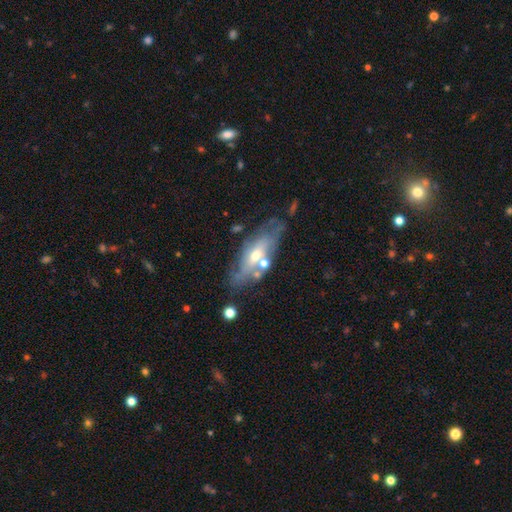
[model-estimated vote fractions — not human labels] Morphology: type=featured or disk (65%); edge-on=no (68%); merging=none (59%).